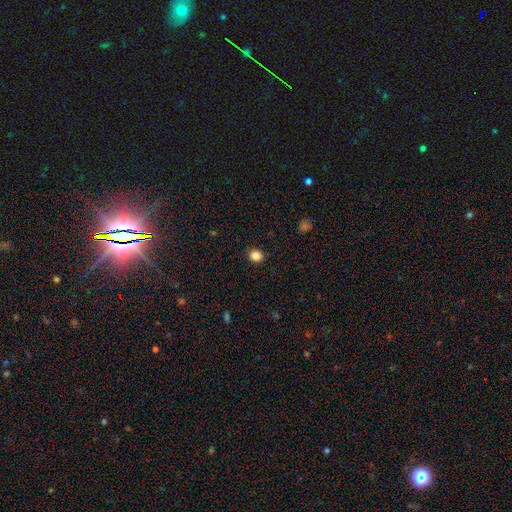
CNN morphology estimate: Smooth or featured?
  - smooth: 86% *
  - star or artifact: 11%
  - featured or disk: 4%
How rounded?
  - round: 73% *
  - in between: 26%
  - cigar-shaped: 1%
Merging?
  - none: 91% *
  - minor disturbance: 6%
  - major disturbance: 2%
  - merger: 1%